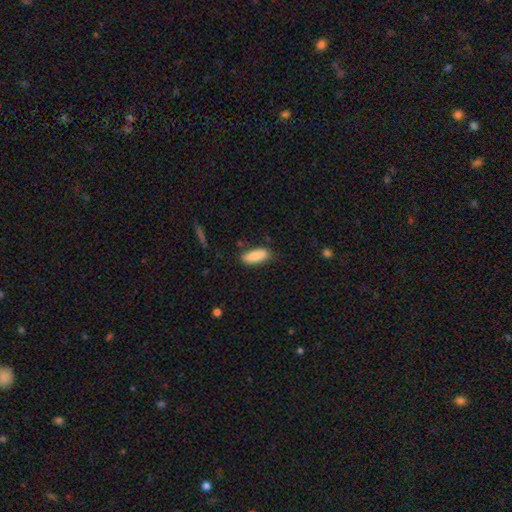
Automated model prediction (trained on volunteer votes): This is clearly a smooth galaxy (88%). How rounded: likely in between (77%). Merging: likely none (79%).